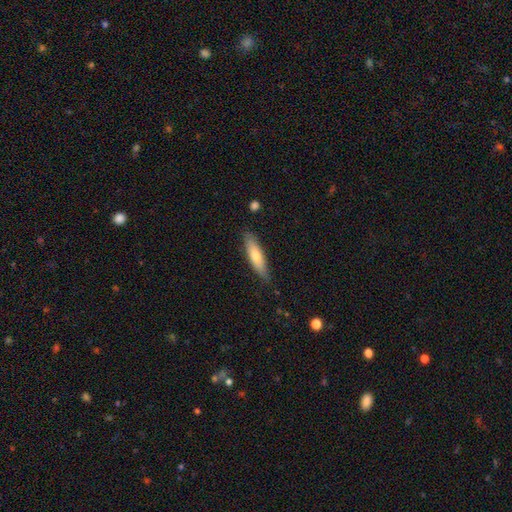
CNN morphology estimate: Smooth or featured? Predicted: smooth (p=0.66). How rounded? Predicted: cigar-shaped (p=0.69). Merging? Predicted: none (p=0.84).